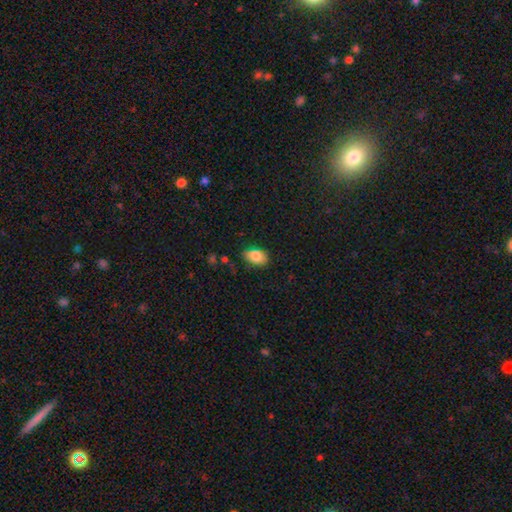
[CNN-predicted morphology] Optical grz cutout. It shows a smooth galaxy with no disk features (83%) that is in between round and cigar-shaped (90%). Merging: none (75%).